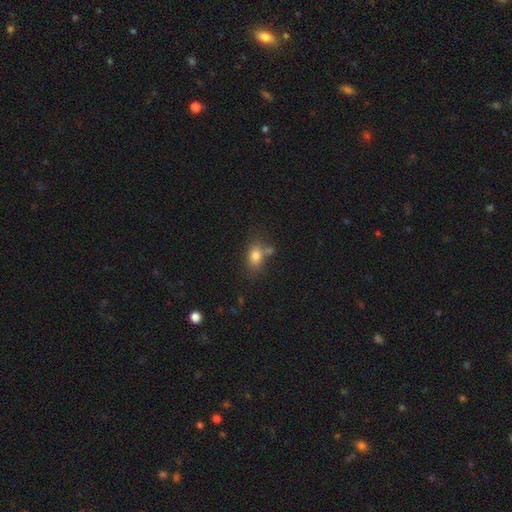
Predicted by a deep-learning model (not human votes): Smooth or featured? Predicted: smooth (p=0.80). How rounded? Predicted: in between (p=0.73). Merging? Predicted: none (p=0.60).